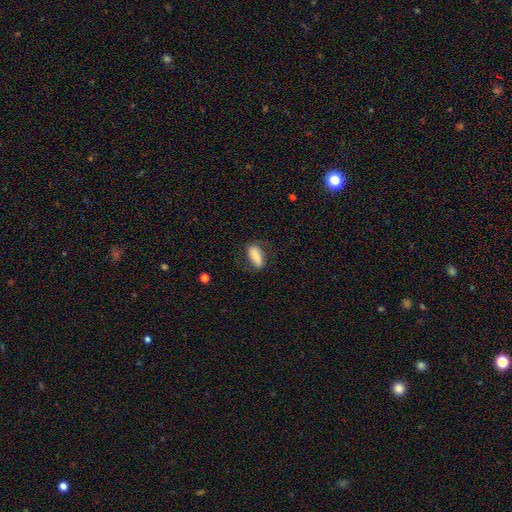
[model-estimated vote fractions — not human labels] Morphology: type=smooth (75%); roundness=in between (84%); merging=none (69%).